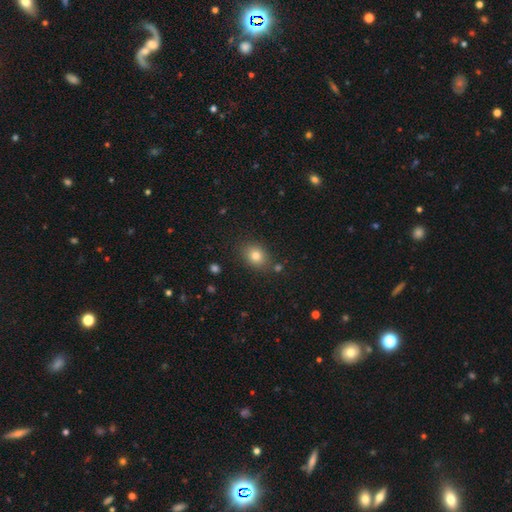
This appears to be a smooth galaxy with no disk features (82%) that is round (52%). Merging: none (94%).